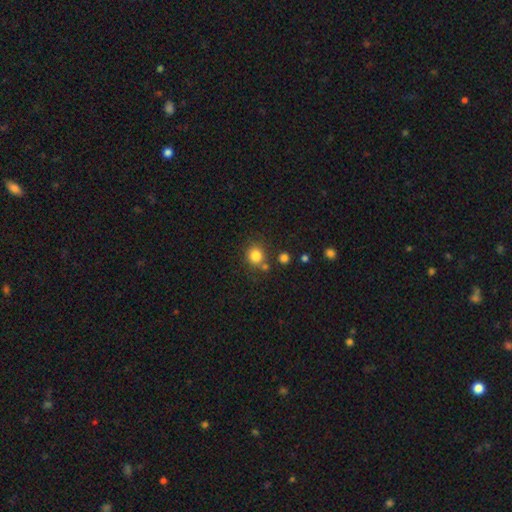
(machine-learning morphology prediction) type=smooth (82%); roundness=round (87%); merging=none (74%).